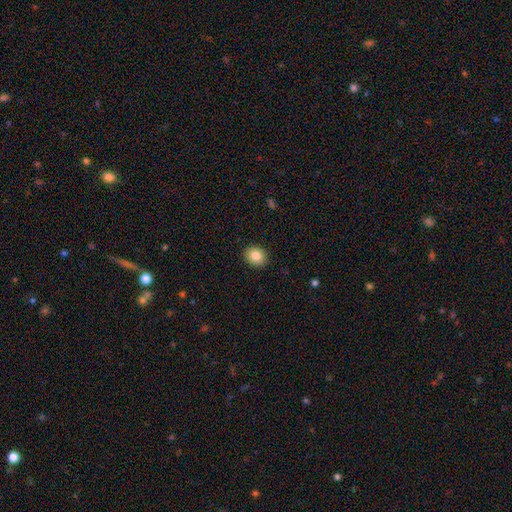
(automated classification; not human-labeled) smooth 84%, star or artifact 9%, featured or disk 7%. Down the decision tree: how rounded — round (62%); merging — none (91%).